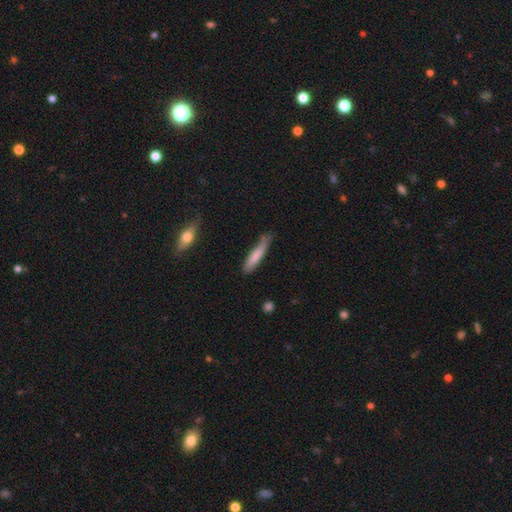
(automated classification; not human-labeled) Overall: smooth (77%). How rounded: cigar-shaped (86%). Merging: none (62%; minor disturbance 29%).